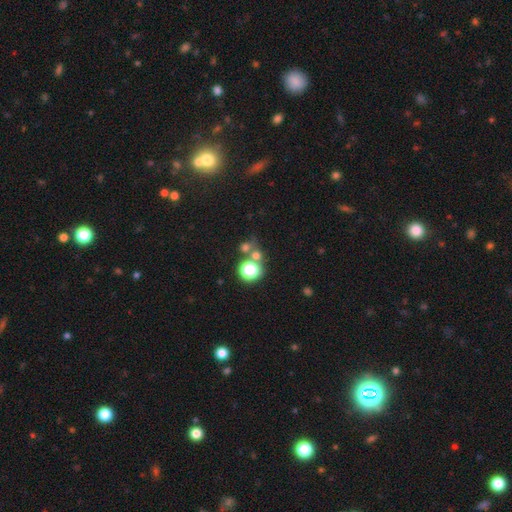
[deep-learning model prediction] This is likely a smooth galaxy (61%). How rounded: clearly round (85%). Merging: possibly none (53%).